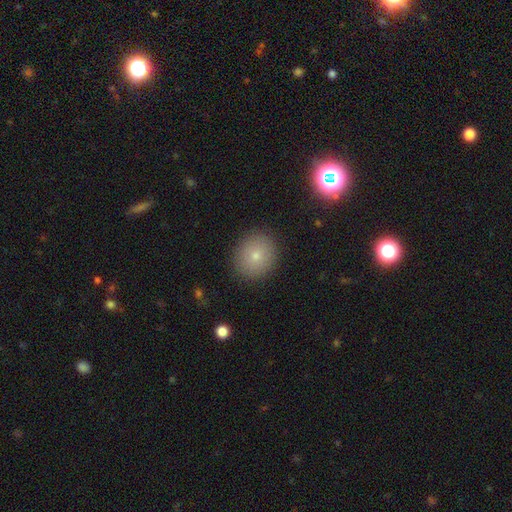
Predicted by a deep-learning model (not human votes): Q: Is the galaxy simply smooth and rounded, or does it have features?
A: smooth — 77%.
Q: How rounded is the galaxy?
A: round — 78%.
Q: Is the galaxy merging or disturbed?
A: none — 89%.